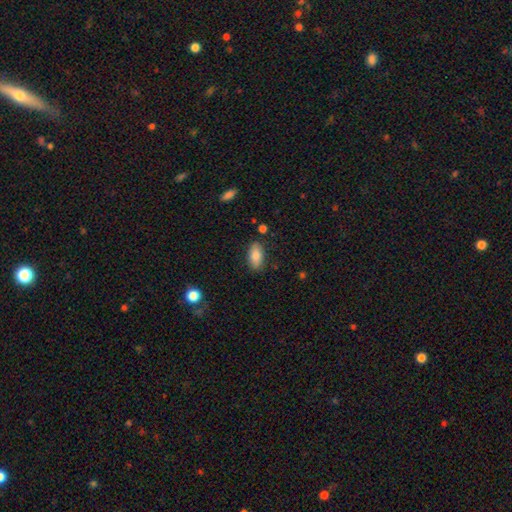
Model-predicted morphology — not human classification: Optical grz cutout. It shows a smooth galaxy with no disk features (79%) that is in between round and cigar-shaped (89%). Merging: none (84%).